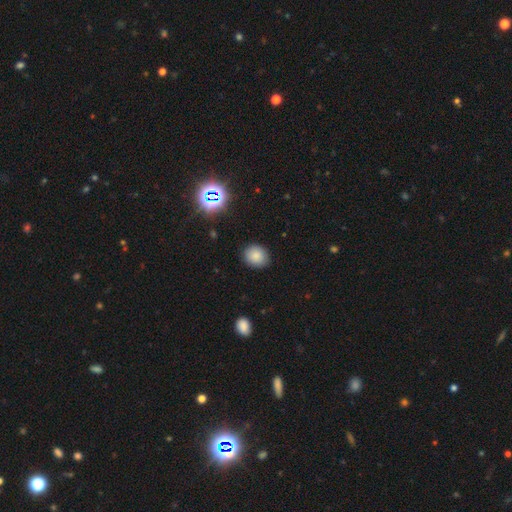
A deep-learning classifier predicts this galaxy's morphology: This is clearly a smooth galaxy (83%). How rounded: likely round (71%). Merging: clearly none (88%).